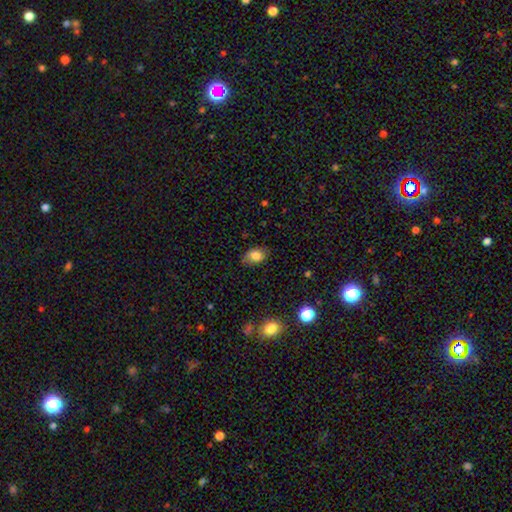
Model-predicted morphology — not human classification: Overall: smooth (81%). How rounded: in between (81%). Merging: none (78%).